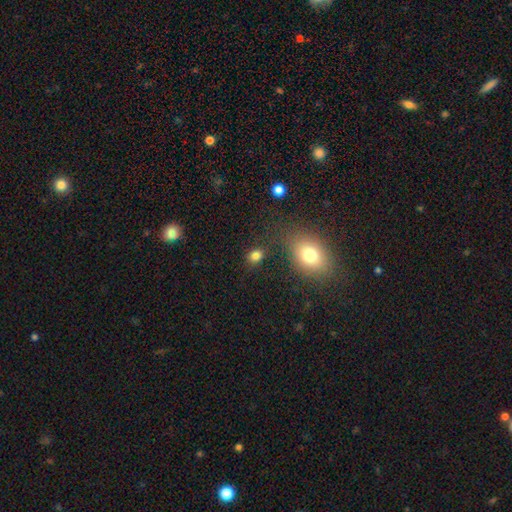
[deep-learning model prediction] Smooth or featured? smooth (82%)
How rounded? in between (56%)
Merging? none (77%)